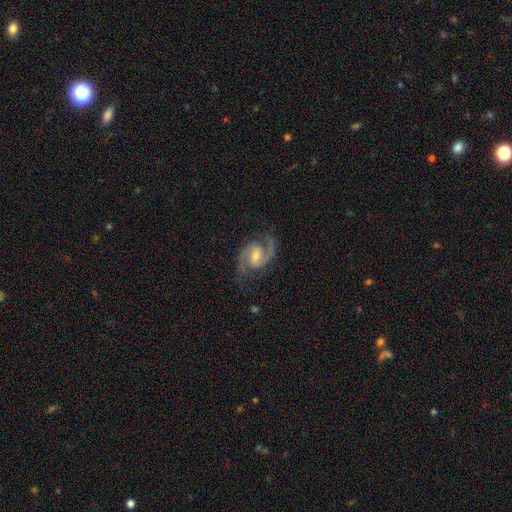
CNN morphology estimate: A featured or disk galaxy (91%) with a weak bar (55%), 2 (93%) medium (61%) spiral arms (98%) and a moderate central bulge (55%).

Vote fractions:
- Smooth or featured? featured or disk: 91% / star or artifact: 5% / smooth: 4%
- Edge-on disk? no: 98% / yes: 2%
- Bar? weak: 55% / no: 30% / strong: 16%
- Spiral arms? yes: 98% / no: 2%
- Spiral winding? medium: 61% / loose: 20% / tight: 20%
- Spiral arm count? 2: 93% / can't tell: 2% / 3: 2% / 1: 1% / 4: 1% / more than 4: 1%
- Bulge size? moderate: 55% / small: 37% / large: 4% / none: 3% / dominant: 1%
- Merging? none: 78% / minor disturbance: 14% / major disturbance: 6% / merger: 1%